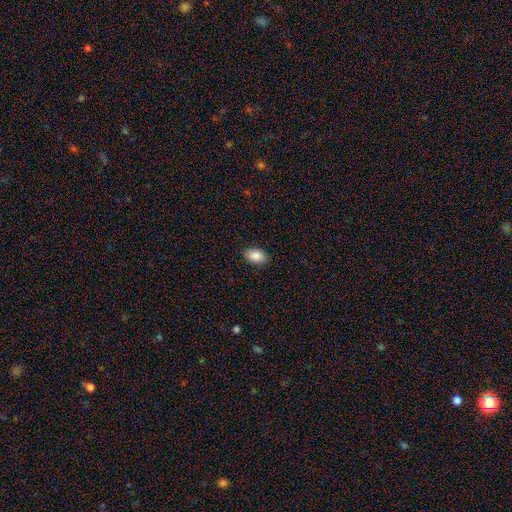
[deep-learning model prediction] A smooth galaxy with no disk features (88%) that is in between round and cigar-shaped (90%).

Vote fractions:
- Smooth or featured? smooth: 88% / star or artifact: 7% / featured or disk: 5%
- How rounded? in between: 90% / round: 8% / cigar-shaped: 1%
- Merging? none: 89% / minor disturbance: 8% / major disturbance: 2% / merger: 1%